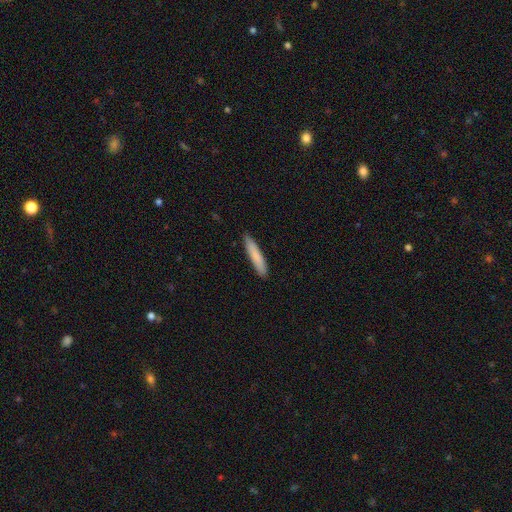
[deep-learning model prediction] The model was most divided on "smooth or featured": smooth: 81%, featured or disk: 13%, star or artifact: 6%. More confident: how rounded — cigar-shaped (91%); merging — none (89%).